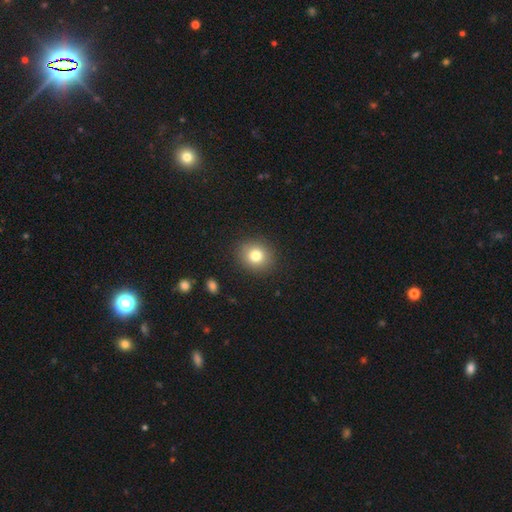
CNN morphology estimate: type=smooth (80%); roundness=round (77%); merging=none (89%).